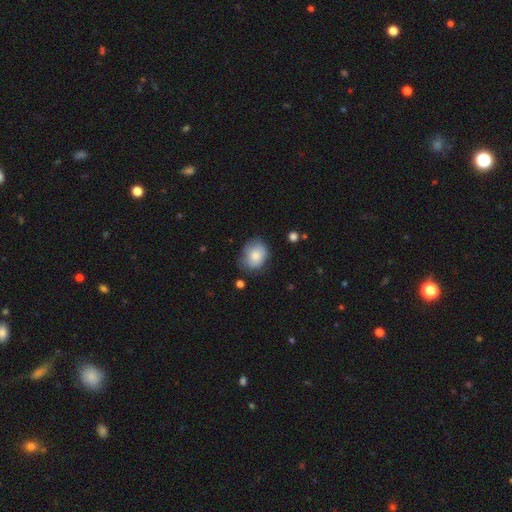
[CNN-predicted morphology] Smooth or featured?
  - smooth: 80% *
  - featured or disk: 13%
  - star or artifact: 8%
How rounded?
  - round: 52% *
  - in between: 47%
  - cigar-shaped: 1%
Merging?
  - none: 61% *
  - minor disturbance: 29%
  - major disturbance: 8%
  - merger: 2%